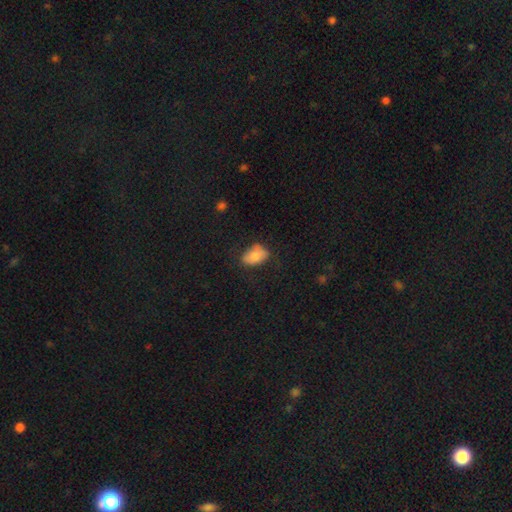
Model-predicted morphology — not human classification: smooth_or_featured: smooth (p=0.77) [alt: featured or disk p=0.16]
how_rounded: in between (p=0.87) [alt: round p=0.12]
merging: none (p=0.62) [alt: minor disturbance p=0.27]